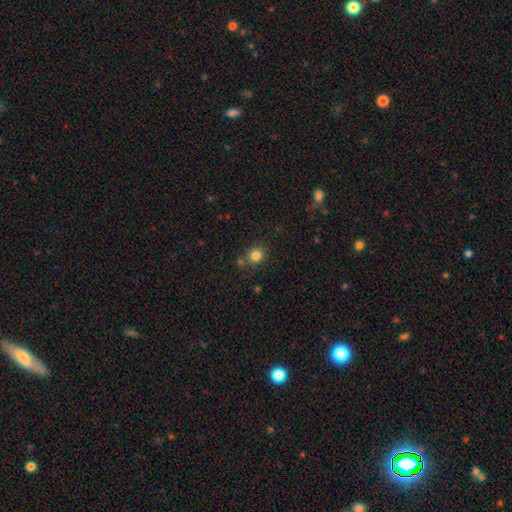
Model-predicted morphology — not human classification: smooth-or-featured: smooth: 82% | star or artifact: 12% | featured or disk: 6%
  how-rounded: round: 74% | in between: 25% | cigar-shaped: 1%
  merging: none: 75% | minor disturbance: 12% | merger: 9% | major disturbance: 3%